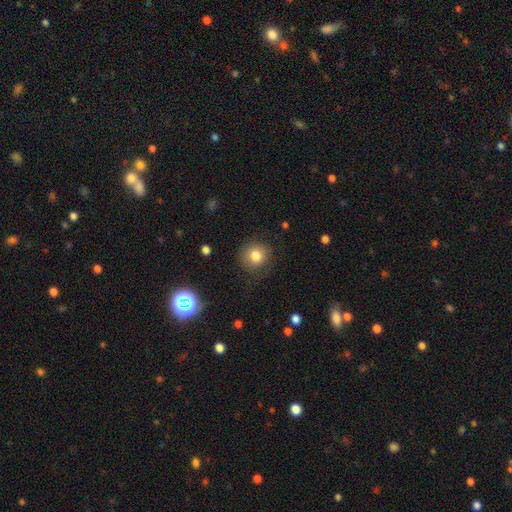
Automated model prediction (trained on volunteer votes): smooth_or_featured: smooth (p=0.80) [alt: star or artifact p=0.11]
how_rounded: round (p=0.88) [alt: in between p=0.11]
merging: none (p=0.79) [alt: minor disturbance p=0.13]